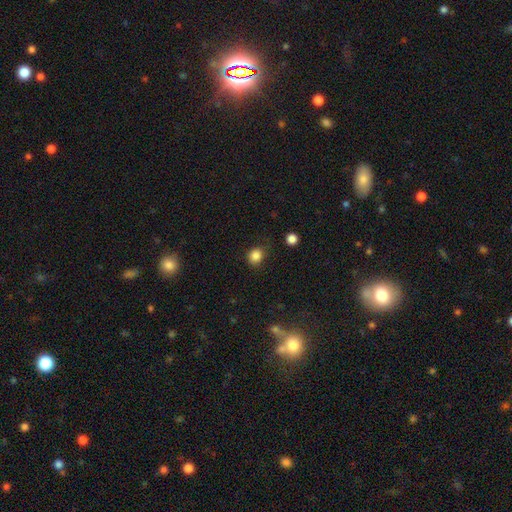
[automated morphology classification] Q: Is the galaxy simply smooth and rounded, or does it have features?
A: smooth — 85%.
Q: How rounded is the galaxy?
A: round — 73%.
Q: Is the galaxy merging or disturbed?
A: none — 82%.